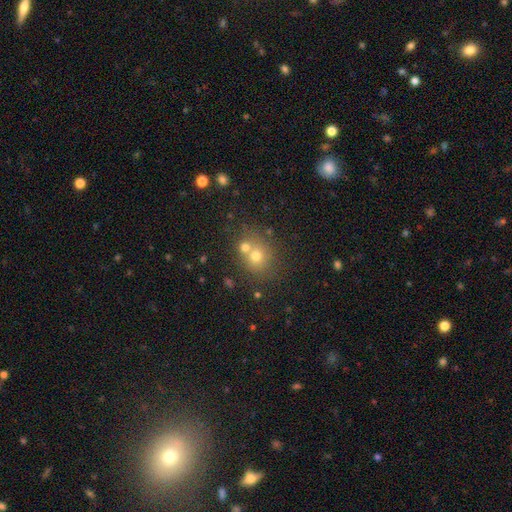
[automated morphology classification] Smooth or featured? Predicted: smooth (p=0.66). How rounded? Predicted: round (p=0.79). Merging? Predicted: none (p=0.52).